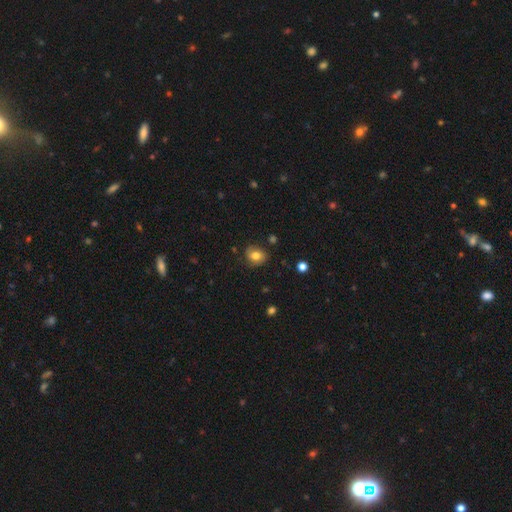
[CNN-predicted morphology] A smooth galaxy with no disk features (75%) that is round (61%).

Vote fractions:
- Smooth or featured? smooth: 75% / featured or disk: 15% / star or artifact: 10%
- How rounded? round: 61% / in between: 38% / cigar-shaped: 1%
- Merging? none: 77% / minor disturbance: 17% / major disturbance: 4% / merger: 2%